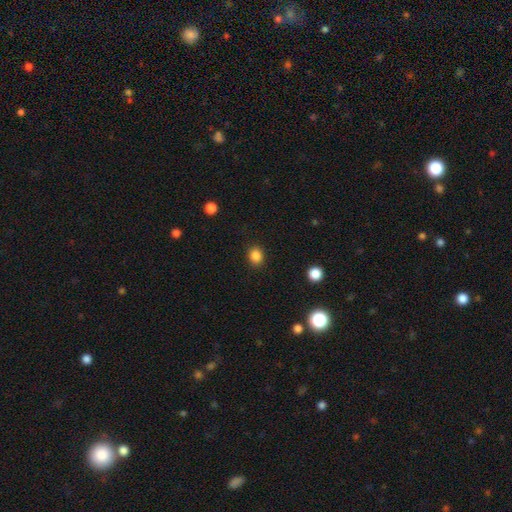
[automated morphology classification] Smooth or featured? Predicted: smooth (p=0.86). How rounded? Predicted: round (p=0.66). Merging? Predicted: none (p=0.89).